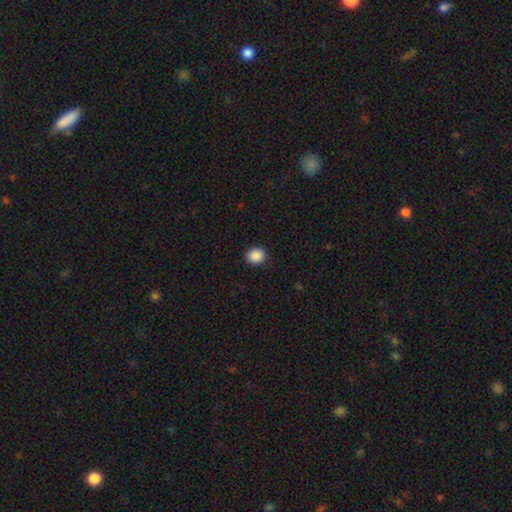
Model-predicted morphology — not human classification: smooth-or-featured: smooth: 89% | star or artifact: 9% | featured or disk: 2%
  how-rounded: round: 69% | in between: 30% | cigar-shaped: 1%
  merging: none: 89% | minor disturbance: 8% | major disturbance: 2% | merger: 1%